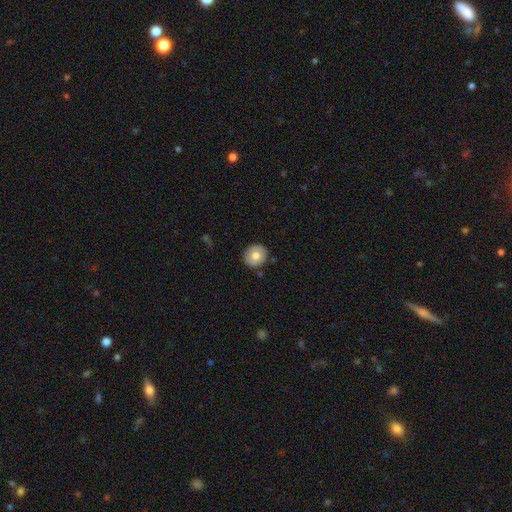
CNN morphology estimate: A smooth galaxy with no disk features (67%) that is round (83%). Merging: none (88%).